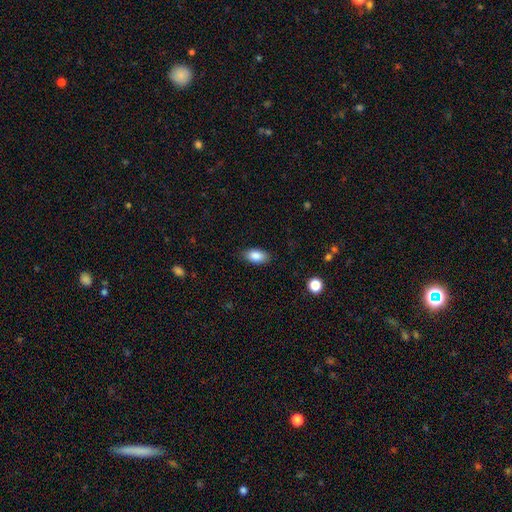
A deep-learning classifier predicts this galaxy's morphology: This appears to be a smooth galaxy with no disk features (87%) that is in between round and cigar-shaped (92%). Merging: none (84%).